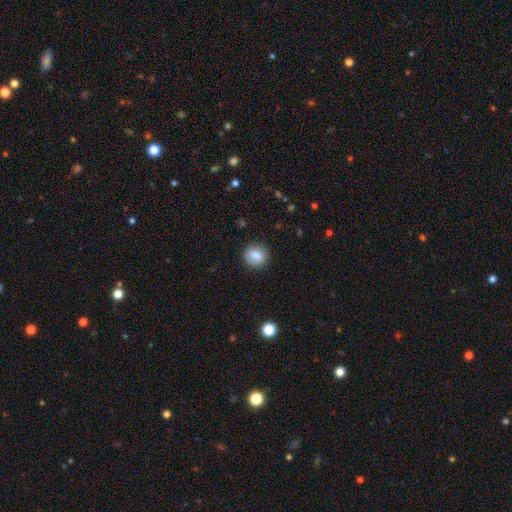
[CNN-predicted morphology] The model was most divided on "how rounded": round: 78%, in between: 20%, cigar-shaped: 1%. More confident: merging — none (86%); smooth or featured — smooth (84%).